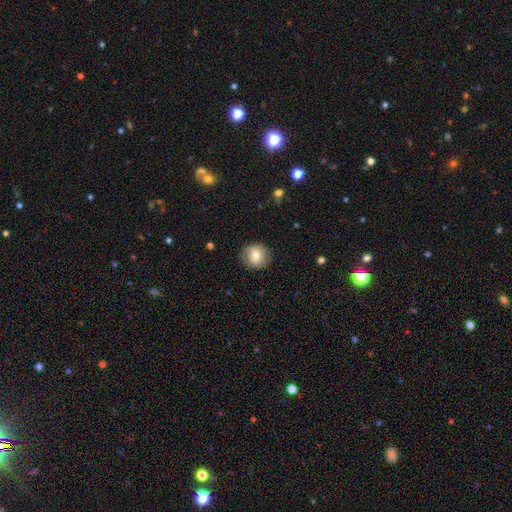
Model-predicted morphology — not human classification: Q: Smooth or featured?
A: smooth (71%); runner-up: featured or disk (20%)
Q: How rounded?
A: round (80%); runner-up: in between (19%)
Q: Merging?
A: none (84%); runner-up: minor disturbance (12%)